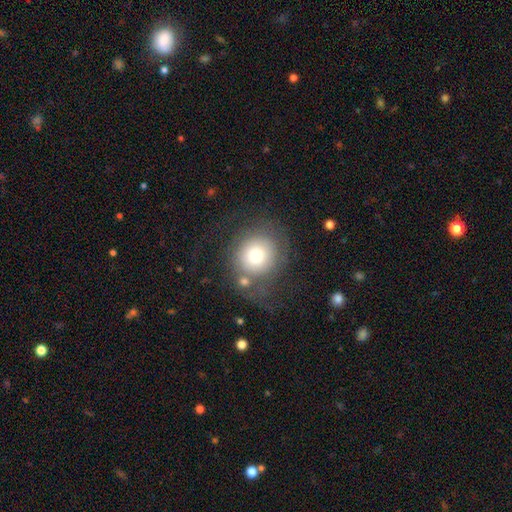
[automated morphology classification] type=smooth (66%); roundness=round (85%); merging=none (58%).